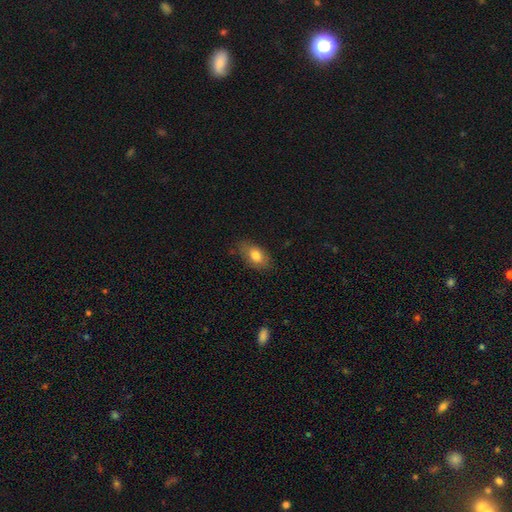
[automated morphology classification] Smooth or featured? smooth (79%)
How rounded? in between (87%)
Merging? none (77%)